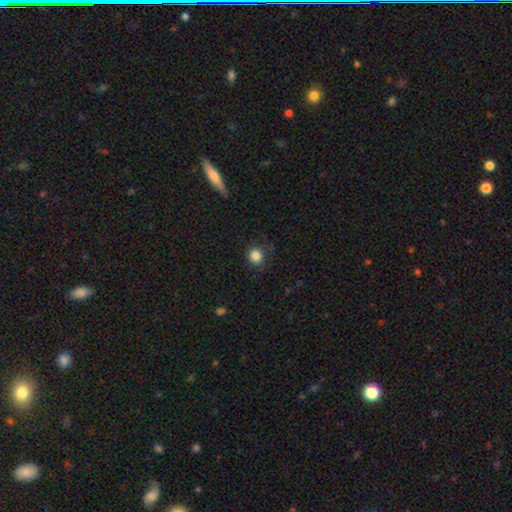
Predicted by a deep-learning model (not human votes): smooth_or_featured: smooth (p=0.85) [alt: star or artifact p=0.11]
how_rounded: round (p=0.88) [alt: in between p=0.11]
merging: none (p=0.82) [alt: minor disturbance p=0.13]